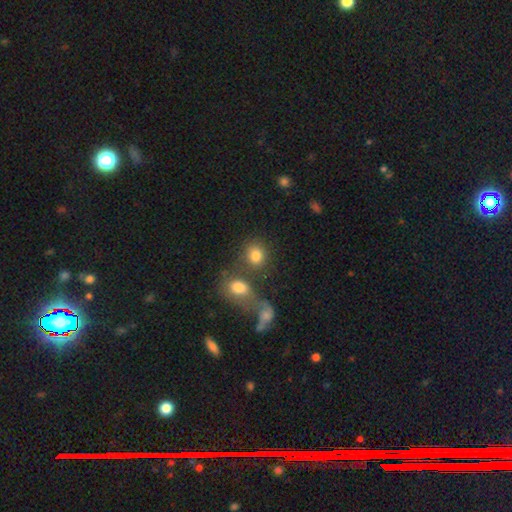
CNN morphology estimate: A smooth galaxy with no disk features (79%) that is round (72%).

Vote fractions:
- Smooth or featured? smooth: 79% / star or artifact: 11% / featured or disk: 10%
- How rounded? round: 72% / in between: 27% / cigar-shaped: 1%
- Merging? none: 49% / merger: 33% / minor disturbance: 10% / major disturbance: 8%